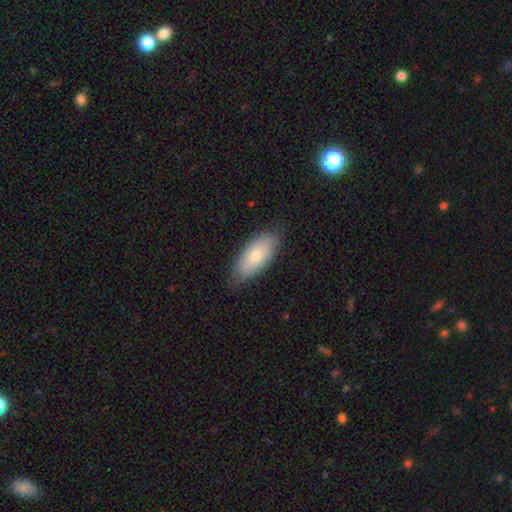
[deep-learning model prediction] This appears to be a smooth galaxy with no disk features (76%) that is in between round and cigar-shaped (87%). Merging: none (78%).